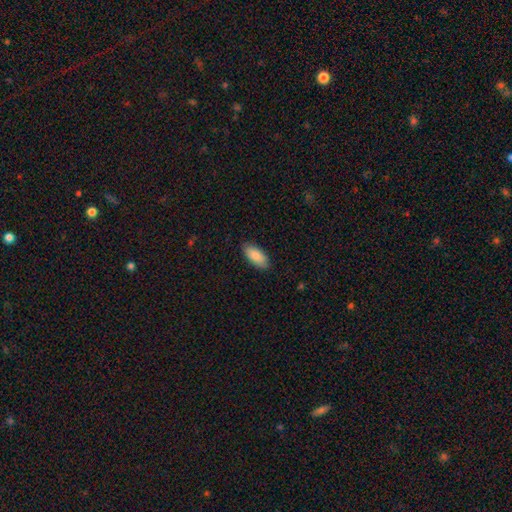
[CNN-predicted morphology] This appears to be a smooth galaxy with no disk features (87%) that is in between round and cigar-shaped (87%). Merging: none (88%).